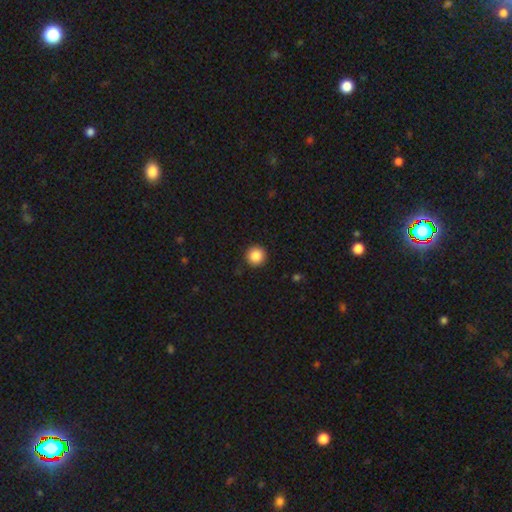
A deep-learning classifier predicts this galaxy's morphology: Smooth or featured: smooth — 86% (star or artifact — 9%)
How rounded: round — 96% (in between — 3%)
Merging: none — 93% (minor disturbance — 5%)